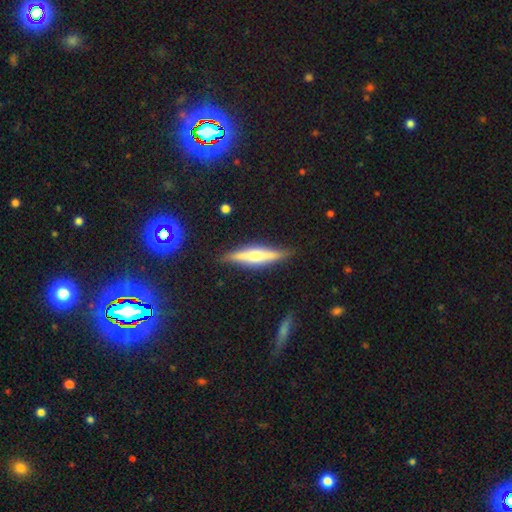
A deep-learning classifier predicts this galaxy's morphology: smooth_or_featured: featured or disk (p=0.62) [alt: smooth p=0.31]
disk_edge_on: yes (p=0.95) [alt: no p=0.05]
edge_on_bulge: rounded (p=0.81) [alt: boxy p=0.11]
merging: none (p=0.87) [alt: minor disturbance p=0.10]